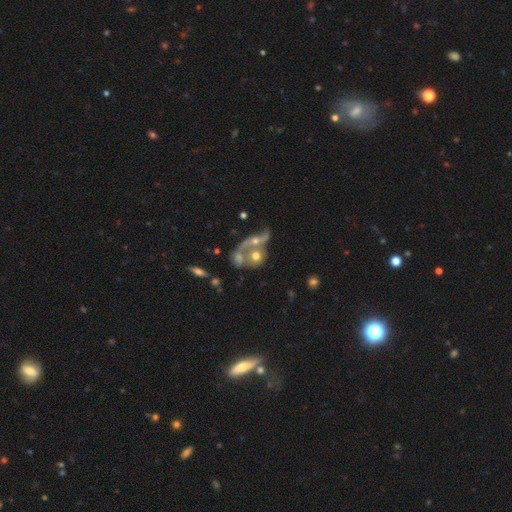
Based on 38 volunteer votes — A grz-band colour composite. It shows a featured or disk galaxy (55%) with no bar (70%), 2 (80%) loose (90%) spiral arms (50%, tied with no) and a moderate central bulge (50%). Merging: merger (64%).